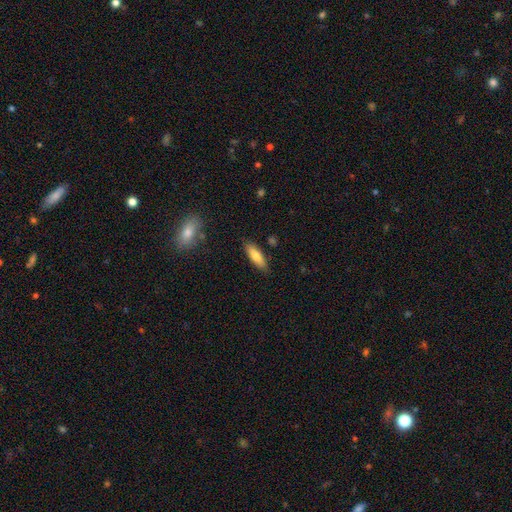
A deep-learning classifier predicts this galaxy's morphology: Smooth or featured? smooth (75%)
How rounded? in between (49%, tied with cigar-shaped)
Merging? none (85%)